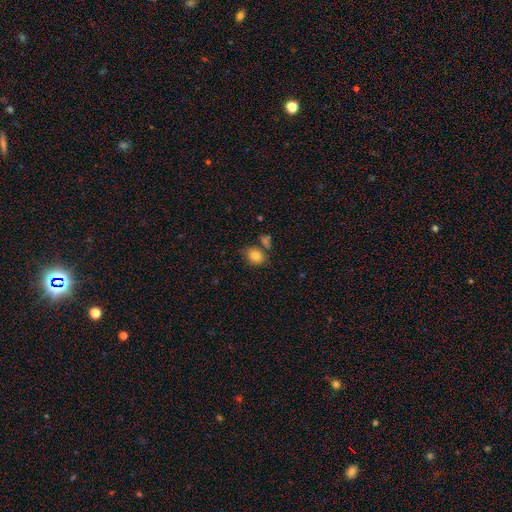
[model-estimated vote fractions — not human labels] Smooth or featured?
  - smooth: 82% *
  - star or artifact: 10%
  - featured or disk: 8%
How rounded?
  - in between: 52% *
  - round: 47%
  - cigar-shaped: 1%
Merging?
  - none: 67% *
  - minor disturbance: 15%
  - merger: 14%
  - major disturbance: 4%